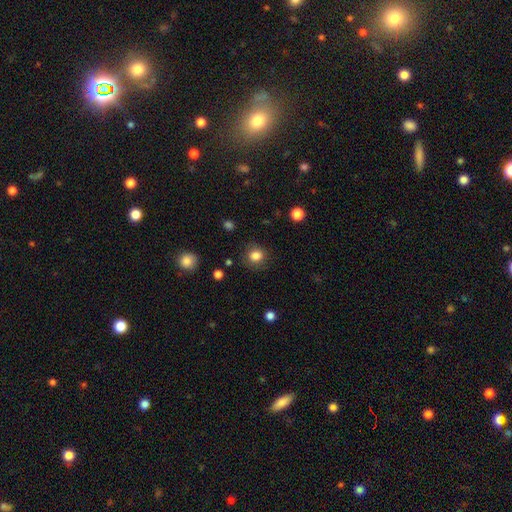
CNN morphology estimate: A smooth galaxy with no disk features (84%) that is round (82%). Merging: none (83%).